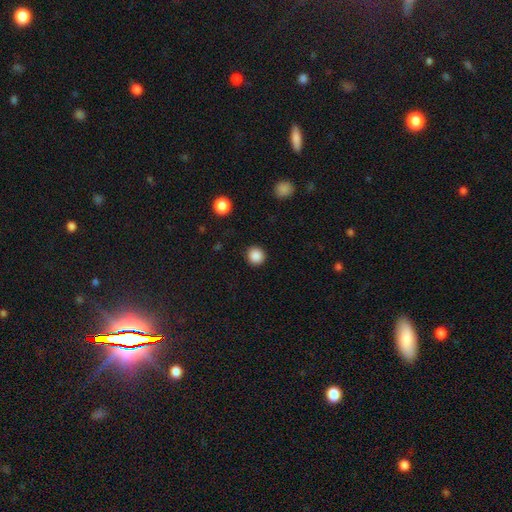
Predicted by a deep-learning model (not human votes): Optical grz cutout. It shows a smooth galaxy with no disk features (87%) that is round (93%). Merging: none (91%).